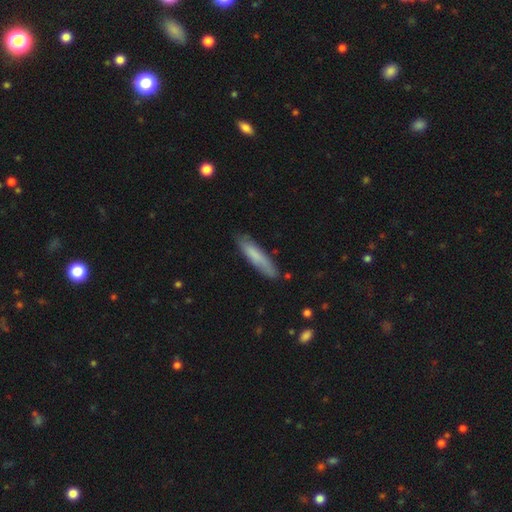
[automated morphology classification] Smooth or featured? smooth (75%)
How rounded? cigar-shaped (83%)
Merging? none (79%)